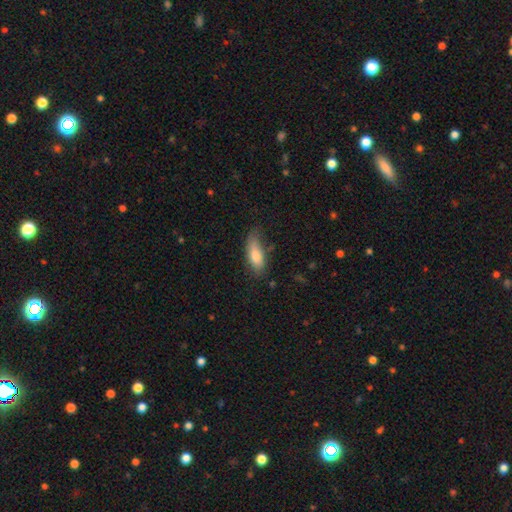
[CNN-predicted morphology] A smooth galaxy with no disk features (79%) that is in between round and cigar-shaped (72%). Merging: none (61%).